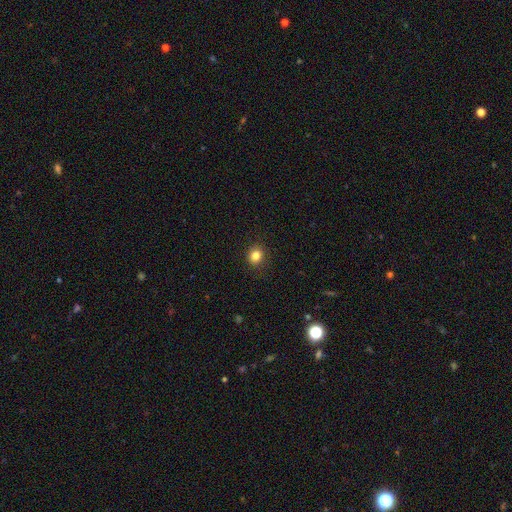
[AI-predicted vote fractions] Q: Smooth or featured?
A: smooth (83%); runner-up: star or artifact (12%)
Q: How rounded?
A: round (77%); runner-up: in between (23%)
Q: Merging?
A: none (90%); runner-up: minor disturbance (7%)